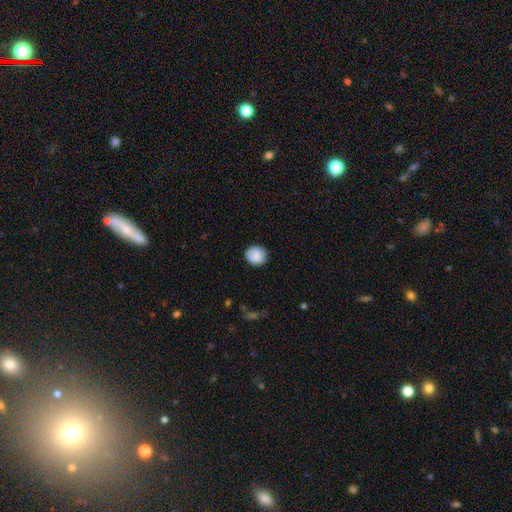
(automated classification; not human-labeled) Morphology: type=smooth (86%); roundness=round (83%); merging=none (82%).